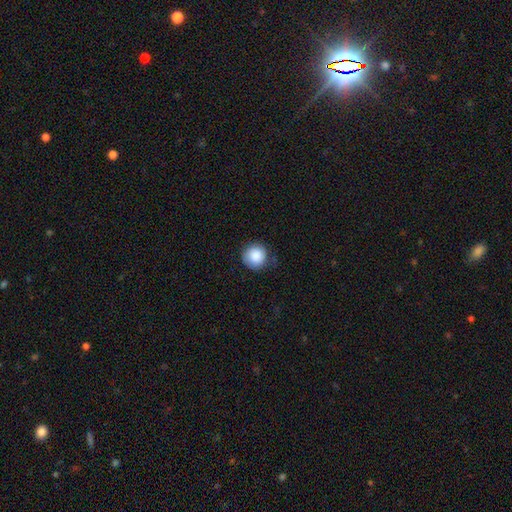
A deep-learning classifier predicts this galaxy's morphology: A smooth galaxy with no disk features (88%) that is round (94%).

Vote fractions:
- Smooth or featured? smooth: 88% / star or artifact: 8% / featured or disk: 5%
- How rounded? round: 94% / in between: 5% / cigar-shaped: 1%
- Merging? none: 77% / minor disturbance: 18% / major disturbance: 4% / merger: 1%